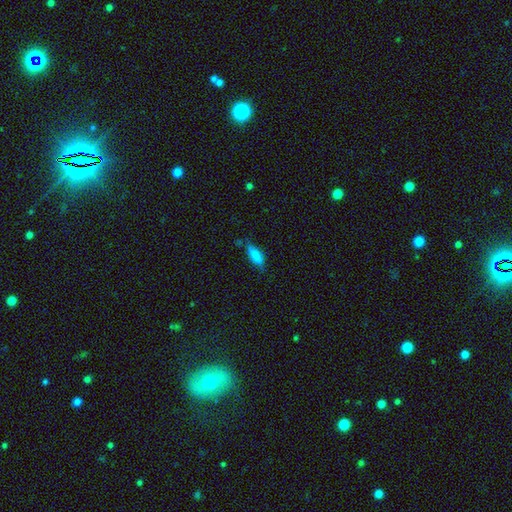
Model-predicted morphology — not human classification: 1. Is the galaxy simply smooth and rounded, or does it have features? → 80% smooth, 12% featured or disk, 7% star or artifact.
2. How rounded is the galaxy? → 68% in between, 29% cigar-shaped, 2% round.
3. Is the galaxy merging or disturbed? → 58% none, 30% minor disturbance, 7% major disturbance, 5% merger.